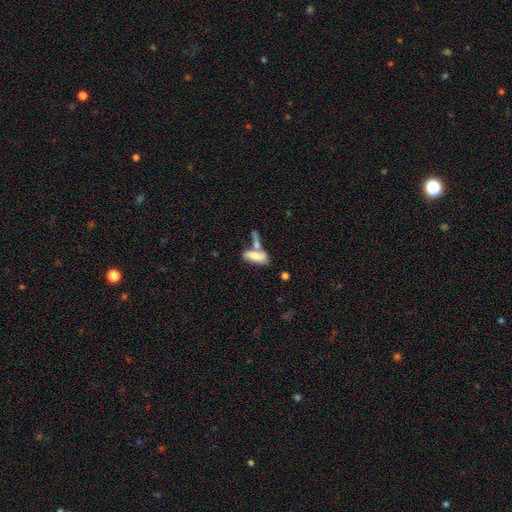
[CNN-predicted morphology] smooth_or_featured: smooth (p=0.67) [alt: featured or disk p=0.25]
how_rounded: in between (p=0.76) [alt: cigar-shaped p=0.21]
merging: merger (p=0.50) [alt: none p=0.28]